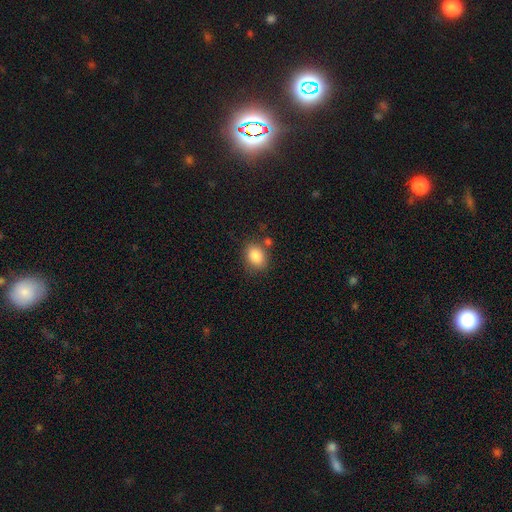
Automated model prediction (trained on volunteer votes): This appears to be a smooth galaxy with no disk features (85%) that is in between round and cigar-shaped (67%). Merging: none (72%).